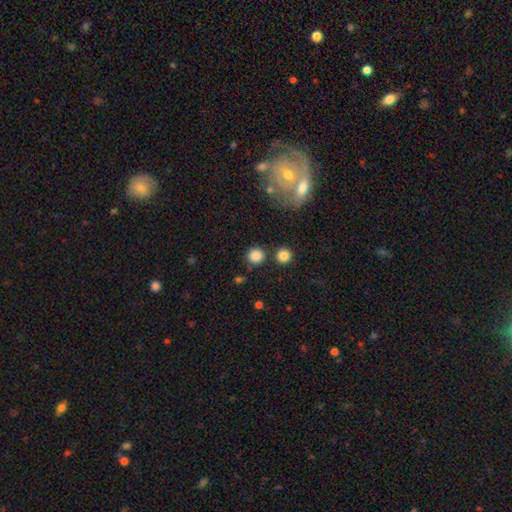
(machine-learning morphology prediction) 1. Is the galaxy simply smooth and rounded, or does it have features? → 83% smooth, 12% star or artifact, 5% featured or disk.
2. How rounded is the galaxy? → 91% round, 8% in between, 1% cigar-shaped.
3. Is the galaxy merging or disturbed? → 80% none, 9% minor disturbance, 7% merger, 4% major disturbance.